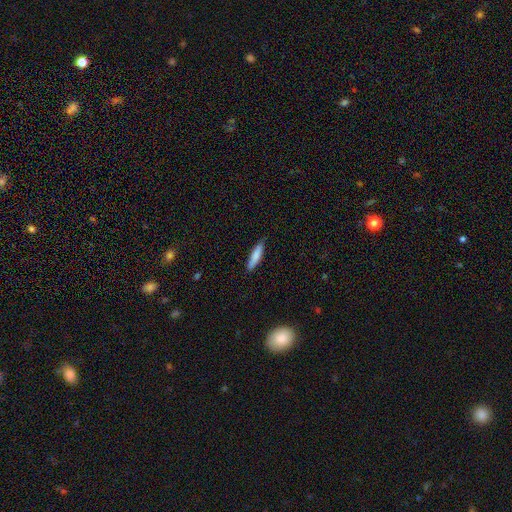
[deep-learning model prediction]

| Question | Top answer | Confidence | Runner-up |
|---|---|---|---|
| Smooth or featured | smooth | 81% | featured or disk (13%) |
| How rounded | cigar-shaped | 79% | in between (19%) |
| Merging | none | 81% | minor disturbance (16%) |